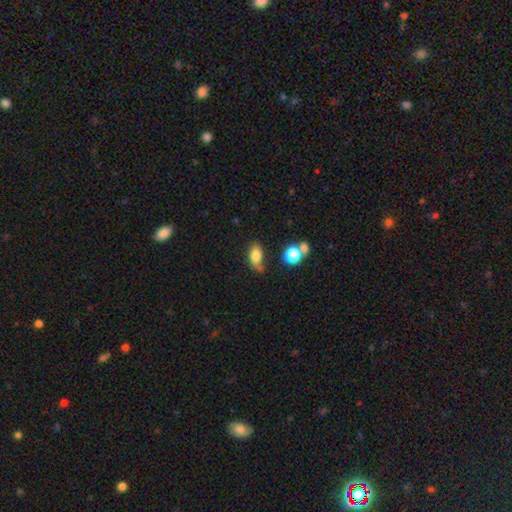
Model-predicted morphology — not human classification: The model was most divided on "merging": none: 55%, minor disturbance: 26%, merger: 11%, major disturbance: 9%. More confident: how rounded — in between (85%); smooth or featured — smooth (79%).